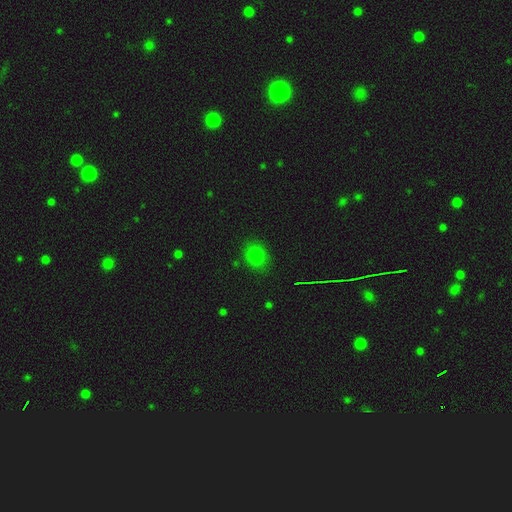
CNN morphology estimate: smooth 79%, star or artifact 15%, featured or disk 6%. Down the decision tree: how rounded — round (56%); merging — none (83%).